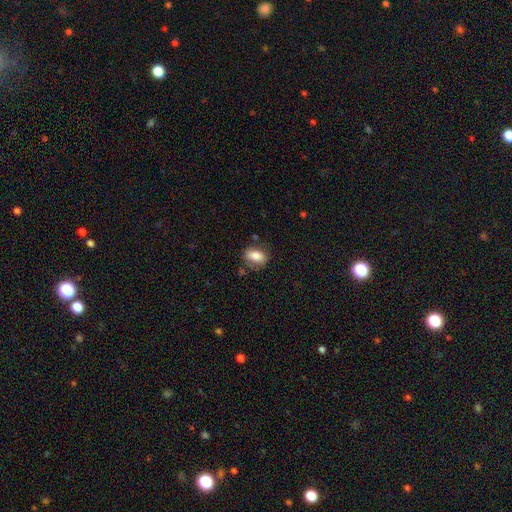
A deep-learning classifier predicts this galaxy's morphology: The model was most divided on "merging": none: 72%, minor disturbance: 18%, major disturbance: 5%, merger: 5%. More confident: how rounded — in between (84%); smooth or featured — smooth (80%).